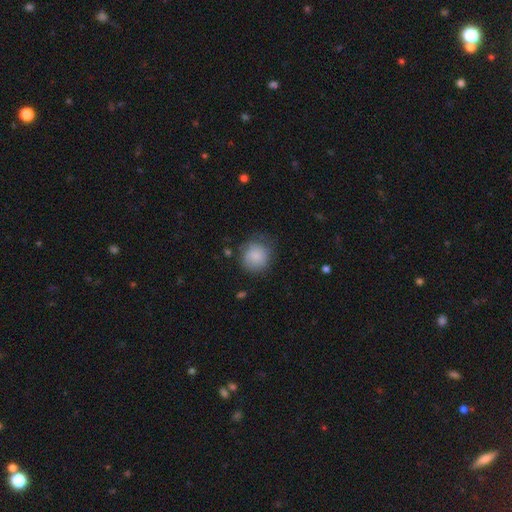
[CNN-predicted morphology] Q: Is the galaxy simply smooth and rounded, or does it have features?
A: smooth — 81%.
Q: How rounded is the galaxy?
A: round — 87%.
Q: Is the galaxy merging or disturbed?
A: none — 68%.